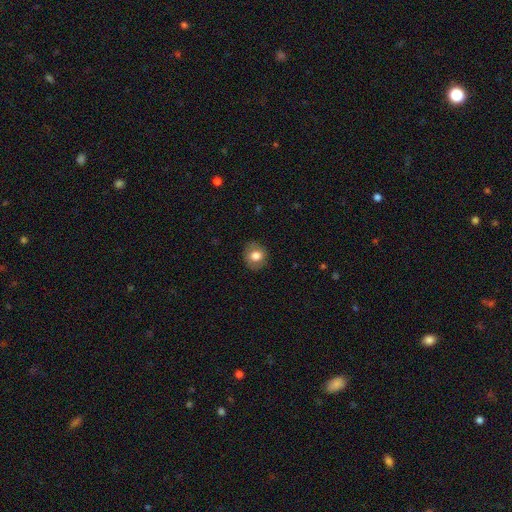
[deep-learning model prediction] smooth 75%, featured or disk 17%, star or artifact 9%. Down the decision tree: how rounded — round (72%); merging — none (83%).